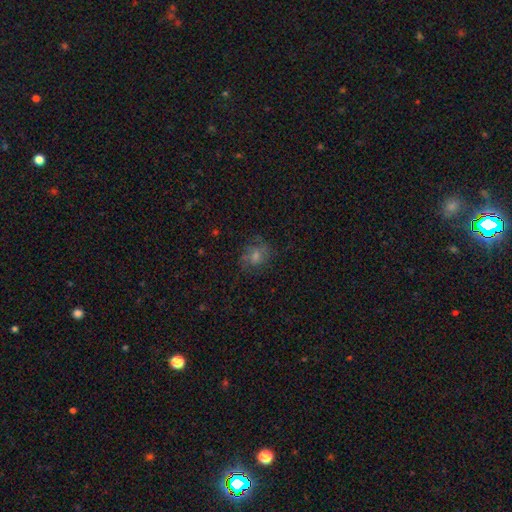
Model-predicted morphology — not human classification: Overall: smooth (39%; featured or disk 36%). Merging: none (69%).